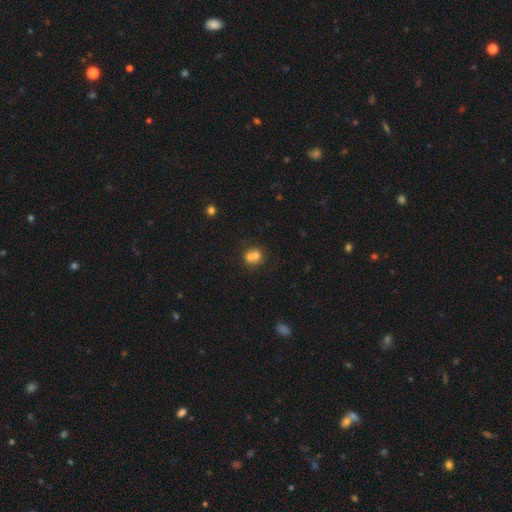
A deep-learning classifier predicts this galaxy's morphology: smooth_or_featured: smooth (p=0.68) [alt: featured or disk p=0.20]
how_rounded: round (p=0.73) [alt: in between p=0.26]
merging: merger (p=0.59) [alt: none p=0.31]